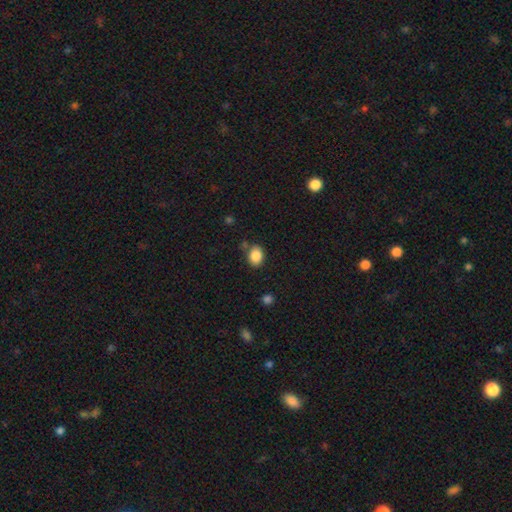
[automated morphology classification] Smooth or featured? Predicted: smooth (p=0.87). How rounded? Predicted: in between (p=0.65). Merging? Predicted: none (p=0.76).